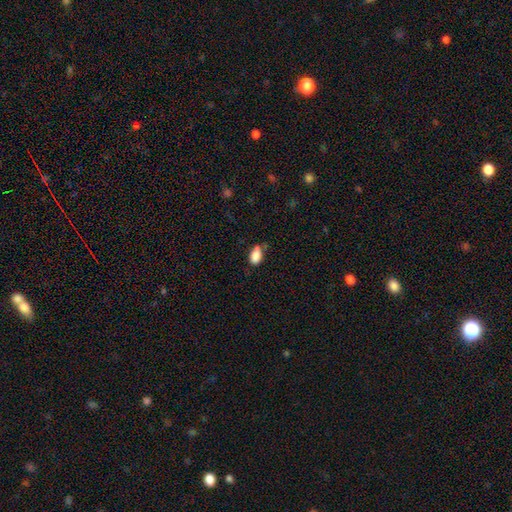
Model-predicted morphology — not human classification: A smooth galaxy with no disk features (87%) that is in between round and cigar-shaped (91%).

Vote fractions:
- Smooth or featured? smooth: 87% / star or artifact: 8% / featured or disk: 5%
- How rounded? in between: 91% / round: 7% / cigar-shaped: 2%
- Merging? none: 55% / minor disturbance: 31% / merger: 7% / major disturbance: 7%